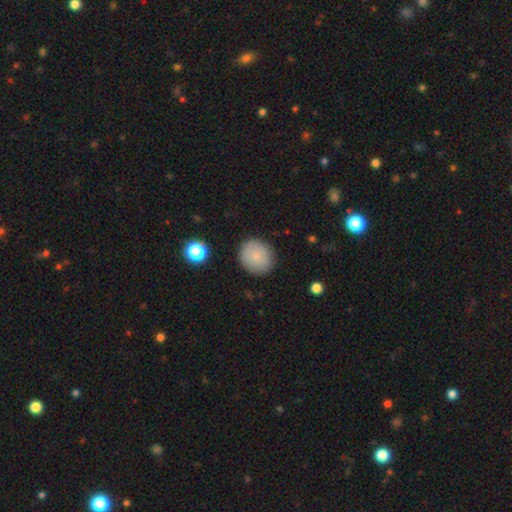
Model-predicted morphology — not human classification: Smooth or featured? smooth (82%)
How rounded? round (87%)
Merging? none (87%)